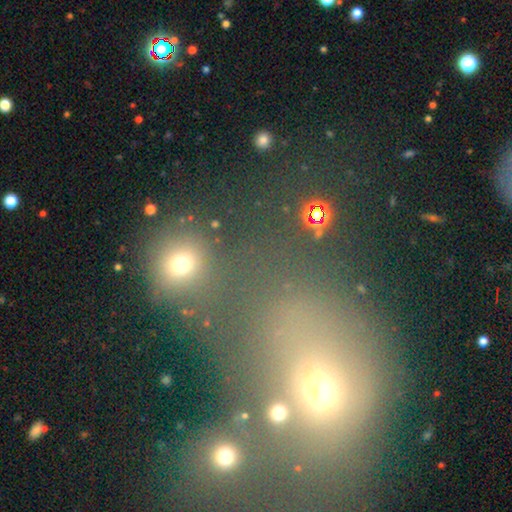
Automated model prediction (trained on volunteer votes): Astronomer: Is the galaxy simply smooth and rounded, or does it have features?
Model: smooth — 56% (runner-up: star or artifact, 32%).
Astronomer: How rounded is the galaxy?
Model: round — 67%.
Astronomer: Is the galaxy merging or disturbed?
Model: none — 49% (runner-up: merger, 28%).